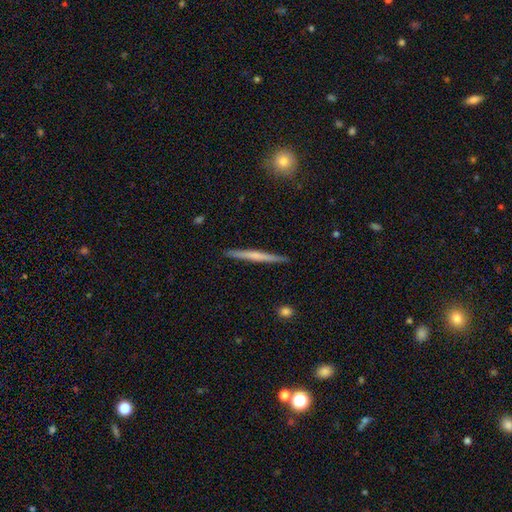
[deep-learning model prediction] Q: Smooth or featured?
A: featured or disk (50%); runner-up: smooth (44%)
Q: Edge-on disk?
A: yes (97%); runner-up: no (3%)
Q: Merging?
A: none (91%); runner-up: minor disturbance (6%)